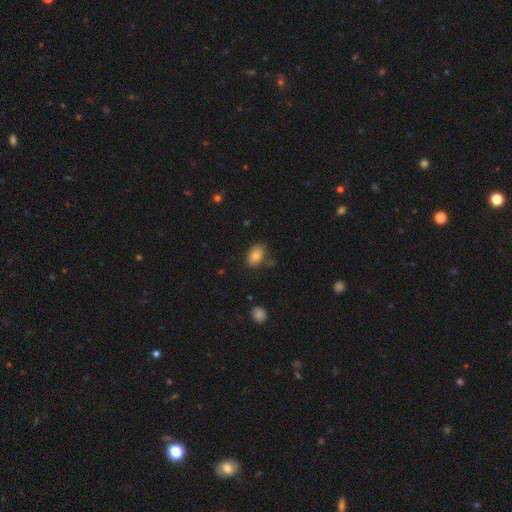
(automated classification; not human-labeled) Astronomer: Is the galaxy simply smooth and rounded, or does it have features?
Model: smooth — 81%.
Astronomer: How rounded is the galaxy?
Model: in between — 86%.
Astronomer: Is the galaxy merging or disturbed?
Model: none — 76%.